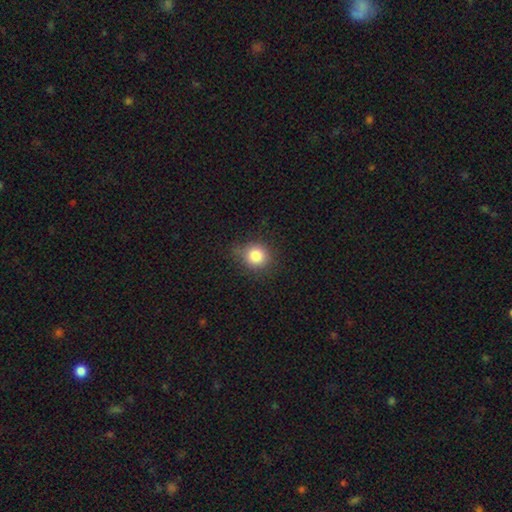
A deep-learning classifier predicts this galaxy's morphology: type=smooth (84%); roundness=round (83%); merging=none (76%).